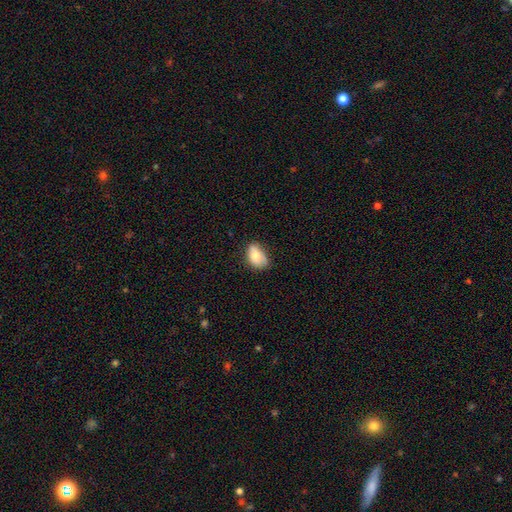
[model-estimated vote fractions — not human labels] smooth 79%, featured or disk 14%, star or artifact 8%. Down the decision tree: how rounded — in between (86%); merging — none (56%).